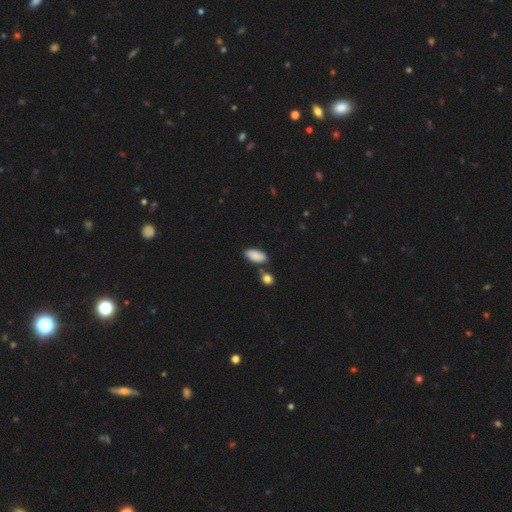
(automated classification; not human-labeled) Morphology: type=smooth (87%); roundness=in between (92%); merging=none (69%).